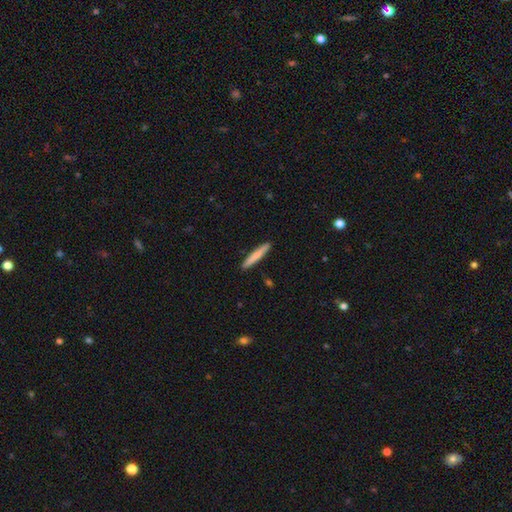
A smooth galaxy with no disk features (74%) that is cigar-shaped (100%).

Vote fractions:
- Smooth or featured? smooth: 74% / featured or disk: 23% / star or artifact: 3%
- How rounded? cigar-shaped: 100% / round: 0% / in between: 0%
- Merging? none: 97% / major disturbance: 3% / minor disturbance: 0% / merger: 0%